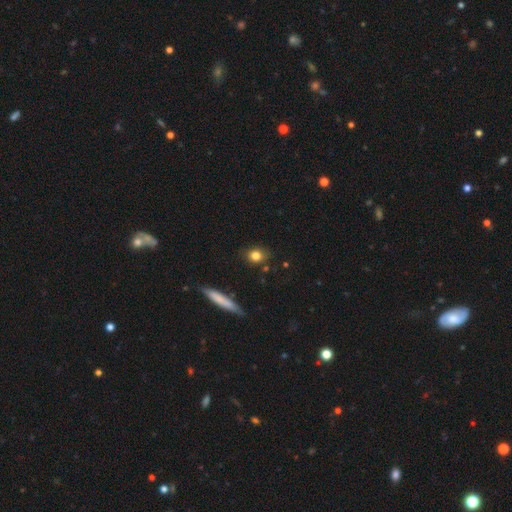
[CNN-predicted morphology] smooth 81%, star or artifact 10%, featured or disk 9%. Down the decision tree: how rounded — round (58%); merging — none (82%).